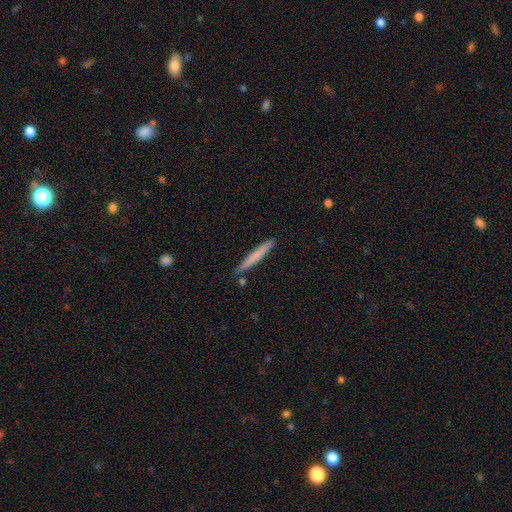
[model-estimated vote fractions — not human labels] A smooth galaxy with no disk features (71%) that is cigar-shaped (97%). Merging: none (89%).